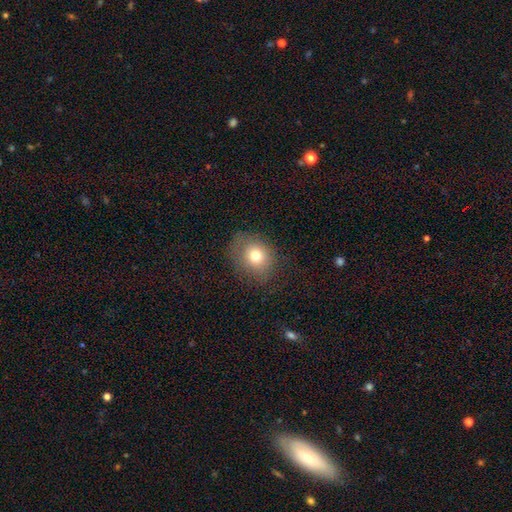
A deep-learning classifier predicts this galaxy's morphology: Smooth or featured? Predicted: smooth (p=0.74). How rounded? Predicted: round (p=0.63). Merging? Predicted: none (p=0.75).